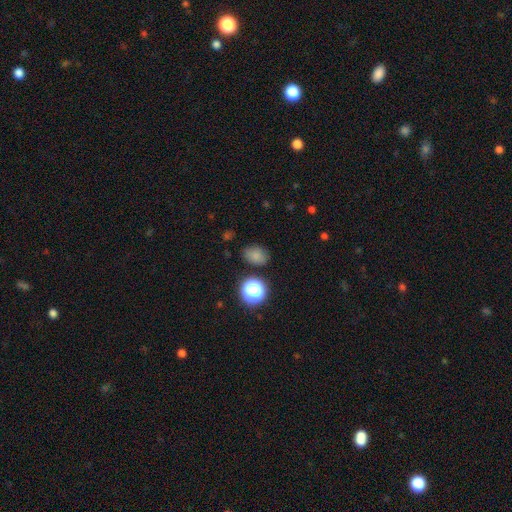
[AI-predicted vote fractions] This appears to be a smooth galaxy with no disk features (77%) that is in between round and cigar-shaped (66%). Merging: none (77%).